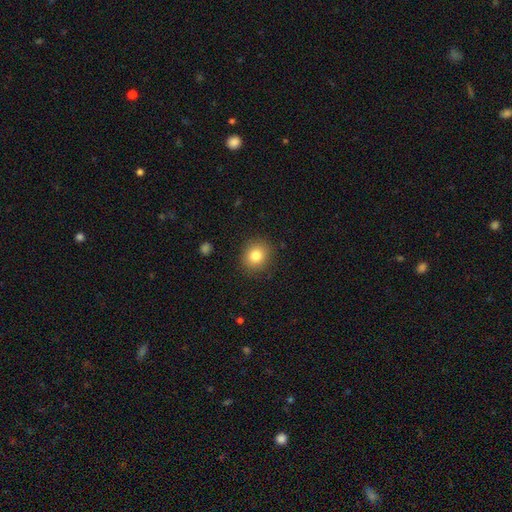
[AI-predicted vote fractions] Smooth or featured? Predicted: smooth (p=0.82). How rounded? Predicted: round (p=0.75). Merging? Predicted: none (p=0.88).